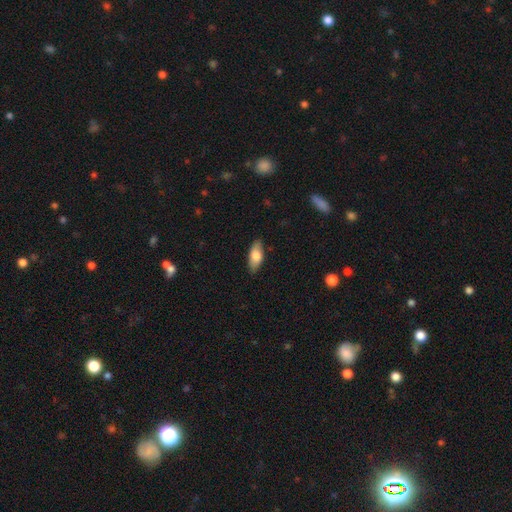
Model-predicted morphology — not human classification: This appears to be a smooth galaxy with no disk features (76%) that is in between round and cigar-shaped (82%). Merging: none (84%).